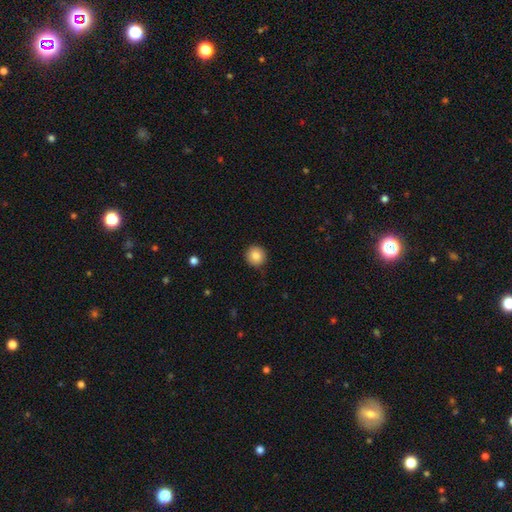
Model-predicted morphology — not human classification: The model was most divided on "smooth or featured": smooth: 84%, star or artifact: 9%, featured or disk: 7%. More confident: how rounded — round (94%); merging — none (89%).